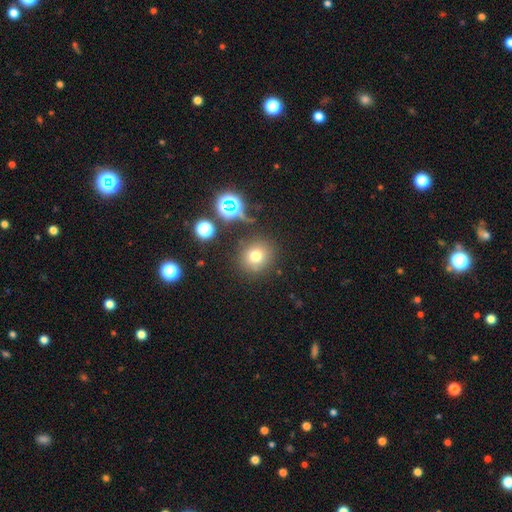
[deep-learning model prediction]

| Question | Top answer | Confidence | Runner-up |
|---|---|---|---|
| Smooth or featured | smooth | 70% | star or artifact (20%) |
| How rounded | round | 88% | in between (11%) |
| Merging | none | 82% | minor disturbance (10%) |